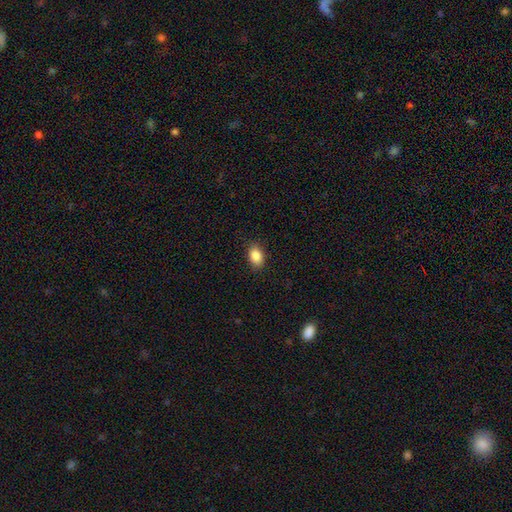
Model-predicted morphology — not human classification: smooth-or-featured: smooth: 88% | star or artifact: 8% | featured or disk: 4%
  how-rounded: in between: 84% | round: 14% | cigar-shaped: 1%
  merging: none: 87% | minor disturbance: 10% | major disturbance: 2% | merger: 1%